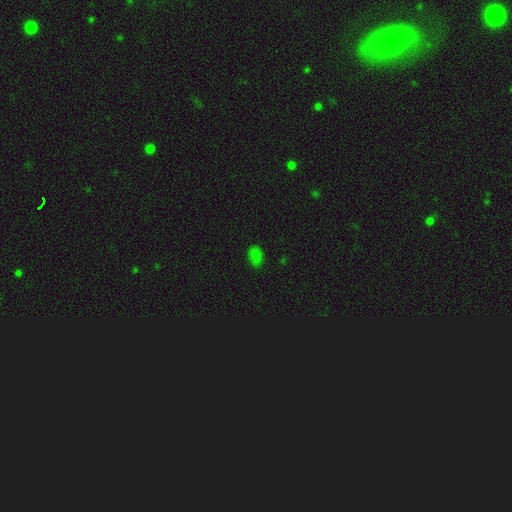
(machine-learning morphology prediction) Smooth or featured?
  - smooth: 75% *
  - star or artifact: 20%
  - featured or disk: 5%
How rounded?
  - in between: 84% *
  - round: 15%
  - cigar-shaped: 2%
Merging?
  - none: 78% *
  - minor disturbance: 17%
  - major disturbance: 4%
  - merger: 2%